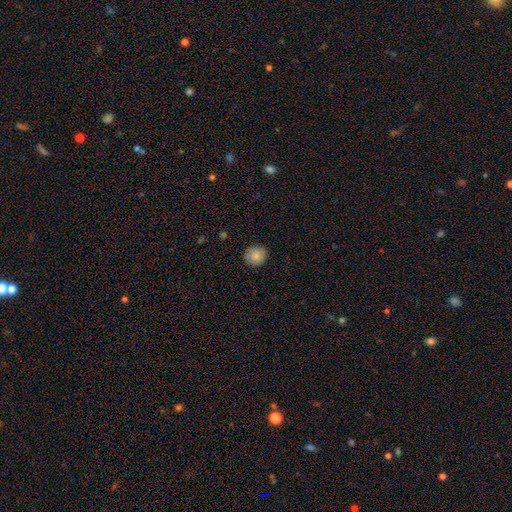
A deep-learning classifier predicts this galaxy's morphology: Smooth or featured? smooth (83%)
How rounded? round (82%)
Merging? none (87%)